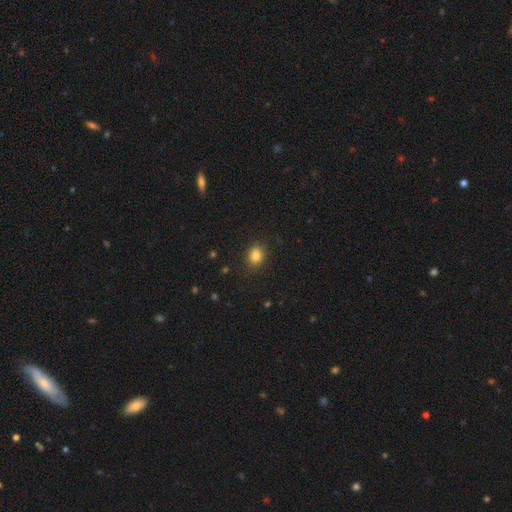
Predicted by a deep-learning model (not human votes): A smooth galaxy with no disk features (83%) that is in between round and cigar-shaped (54%). Merging: none (84%).